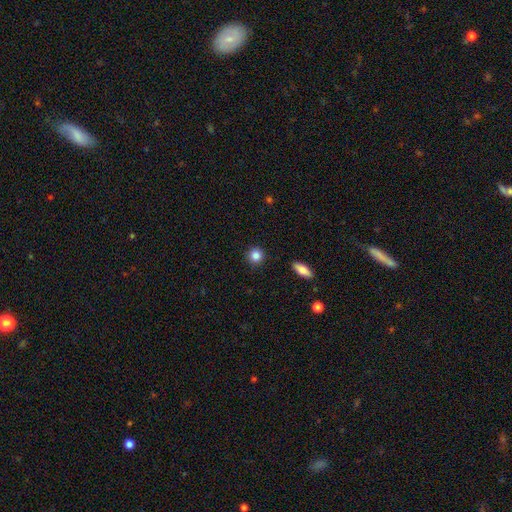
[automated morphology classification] smooth-or-featured: smooth: 85% | star or artifact: 10% | featured or disk: 5%
  how-rounded: round: 92% | in between: 7% | cigar-shaped: 1%
  merging: none: 91% | minor disturbance: 6% | major disturbance: 2% | merger: 1%